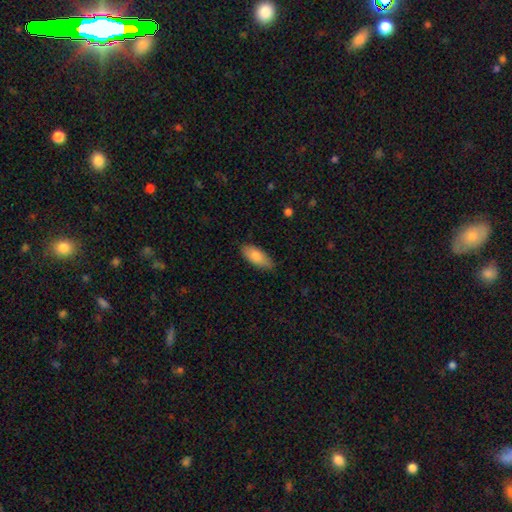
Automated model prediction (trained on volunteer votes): This appears to be a smooth galaxy with no disk features (80%) that is in between round and cigar-shaped (80%). Merging: none (83%).